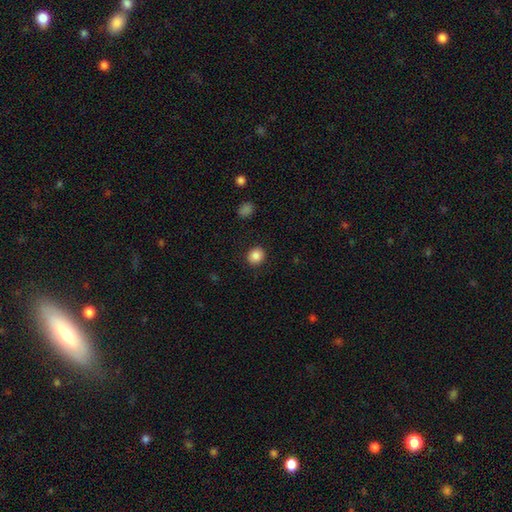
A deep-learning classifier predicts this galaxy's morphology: smooth 86%, star or artifact 9%, featured or disk 4%. Down the decision tree: how rounded — round (84%); merging — none (91%).